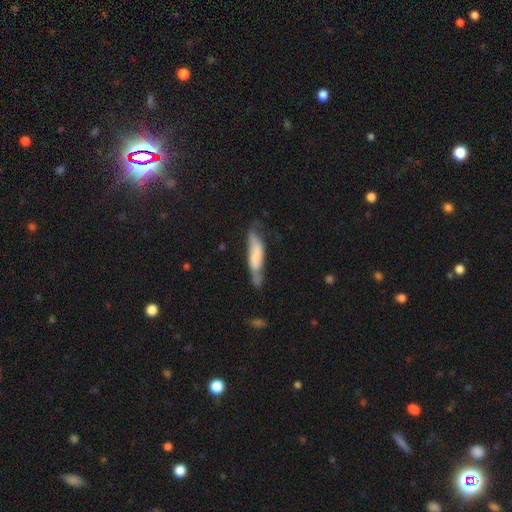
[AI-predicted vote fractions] The model was most divided on "merging": none: 42%, minor disturbance: 33%, major disturbance: 17%, merger: 8%. More confident: how rounded — cigar-shaped (69%); smooth or featured — smooth (56%).